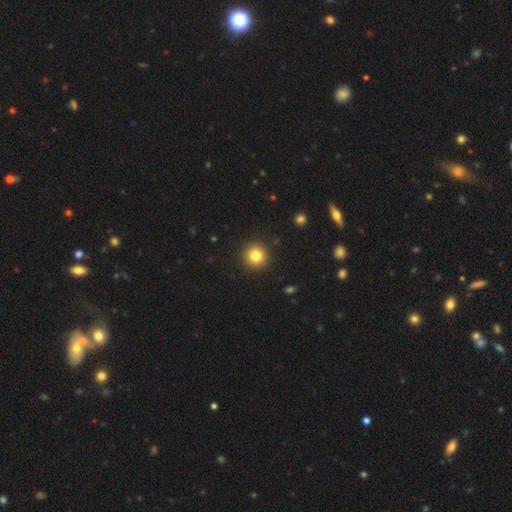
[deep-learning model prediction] smooth-or-featured: smooth: 82% | star or artifact: 11% | featured or disk: 7%
  how-rounded: round: 95% | in between: 4% | cigar-shaped: 1%
  merging: none: 92% | minor disturbance: 5% | major disturbance: 2% | merger: 1%